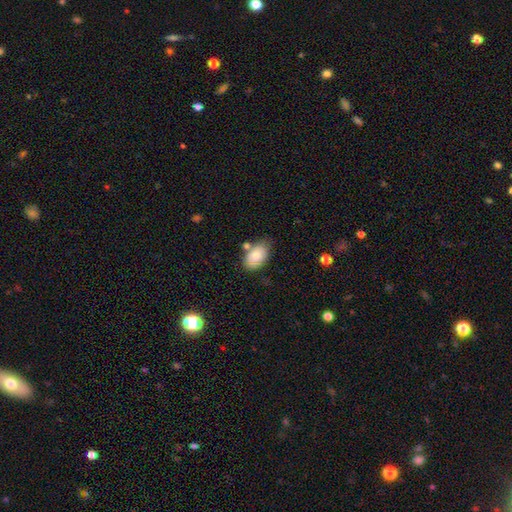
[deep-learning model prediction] Smooth or featured?
  - smooth: 77% *
  - featured or disk: 16%
  - star or artifact: 7%
How rounded?
  - in between: 89% *
  - round: 10%
  - cigar-shaped: 1%
Merging?
  - none: 61% *
  - minor disturbance: 22%
  - merger: 12%
  - major disturbance: 5%